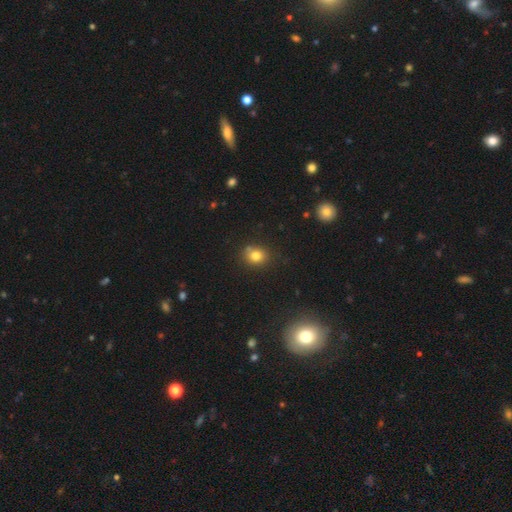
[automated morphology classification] A smooth galaxy with no disk features (79%) that is round (67%). Merging: none (72%).